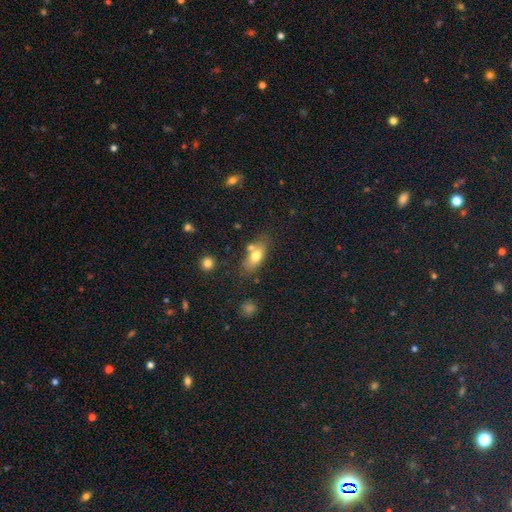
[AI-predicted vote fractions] Q: Smooth or featured?
A: smooth (72%); runner-up: featured or disk (19%)
Q: How rounded?
A: in between (80%); runner-up: cigar-shaped (13%)
Q: Merging?
A: none (60%); runner-up: merger (19%)